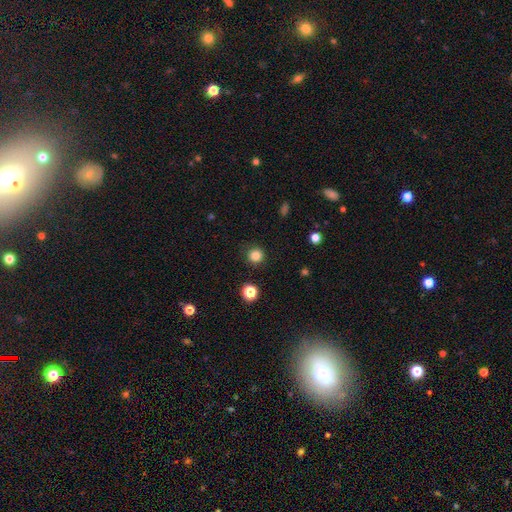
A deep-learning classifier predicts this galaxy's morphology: A smooth galaxy with no disk features (84%) that is round (94%).

Vote fractions:
- Smooth or featured? smooth: 84% / star or artifact: 12% / featured or disk: 4%
- How rounded? round: 94% / in between: 5% / cigar-shaped: 1%
- Merging? none: 88% / minor disturbance: 7% / major disturbance: 3% / merger: 1%